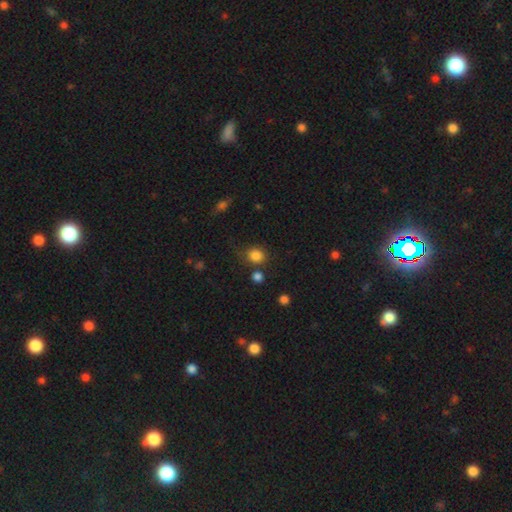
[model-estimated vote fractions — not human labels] smooth_or_featured: smooth (p=0.84) [alt: star or artifact p=0.12]
how_rounded: round (p=0.77) [alt: in between p=0.22]
merging: none (p=0.72) [alt: minor disturbance p=0.14]